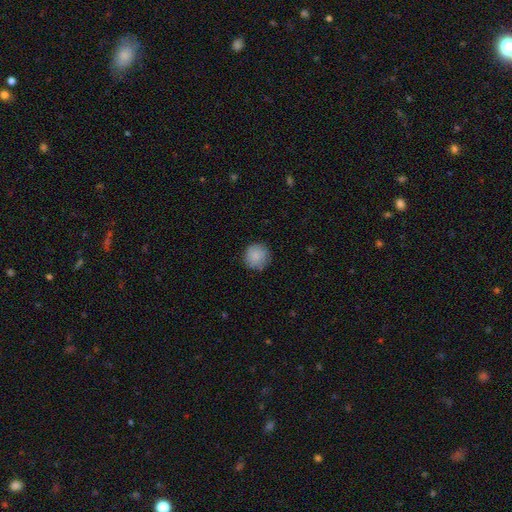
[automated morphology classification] The model was most divided on "merging": none: 81%, minor disturbance: 15%, major disturbance: 3%, merger: 1%. More confident: how rounded — round (92%); smooth or featured — smooth (85%).